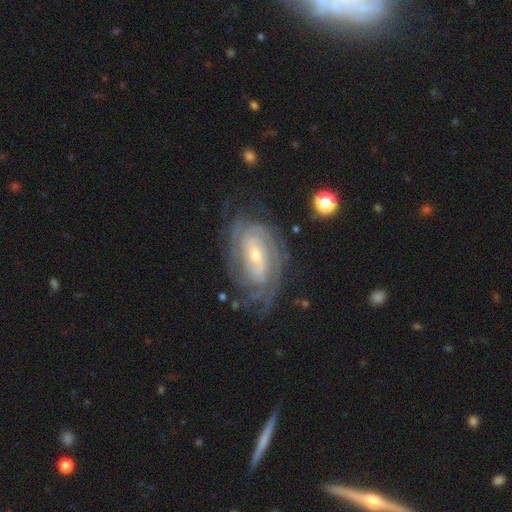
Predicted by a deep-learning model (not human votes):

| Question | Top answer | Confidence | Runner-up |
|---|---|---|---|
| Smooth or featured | featured or disk | 88% | smooth (7%) |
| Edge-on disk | no | 95% | yes (5%) |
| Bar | weak | 41% | no (34%) |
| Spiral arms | yes | 96% | no (4%) |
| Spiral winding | tight | 71% | medium (23%) |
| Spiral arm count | can't tell | 37% | 2 (19%) |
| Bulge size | small | 60% | moderate (36%) |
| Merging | none | 71% | minor disturbance (18%) |